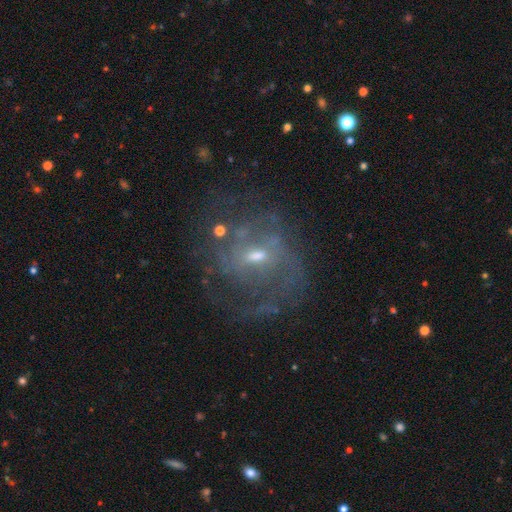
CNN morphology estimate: Overall: featured or disk (74%). Edge-on disk: no (97%). Bar: weak (51%; no 36%). Spiral arms: yes (77%). Spiral arm count: can't tell (38%; 2 36%). Spiral winding: medium (41%; tight 35%). Bulge size: small (58%; moderate 37%). Merging: none (58%; major disturbance 20%).